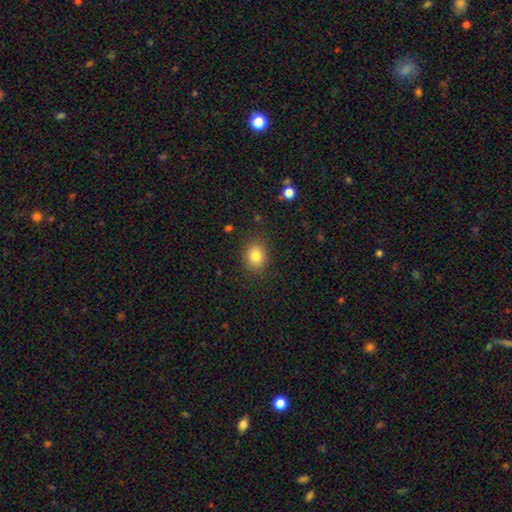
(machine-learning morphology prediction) Smooth or featured? Predicted: smooth (p=0.82). How rounded? Predicted: round (p=0.63). Merging? Predicted: none (p=0.86).